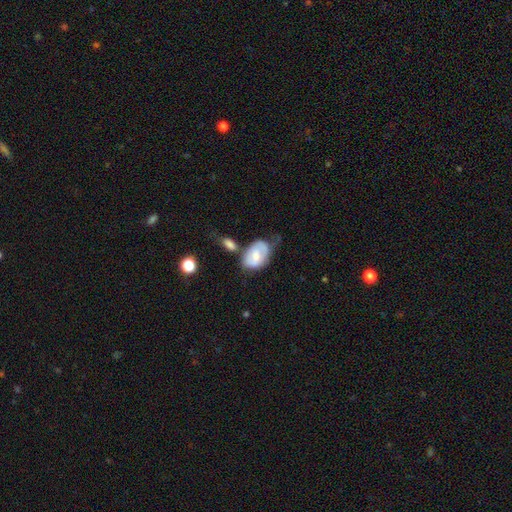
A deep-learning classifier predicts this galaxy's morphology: smooth-or-featured: smooth: 50% | featured or disk: 44% | star or artifact: 7%
  merging: none: 39% | minor disturbance: 29% | merger: 17% | major disturbance: 14%